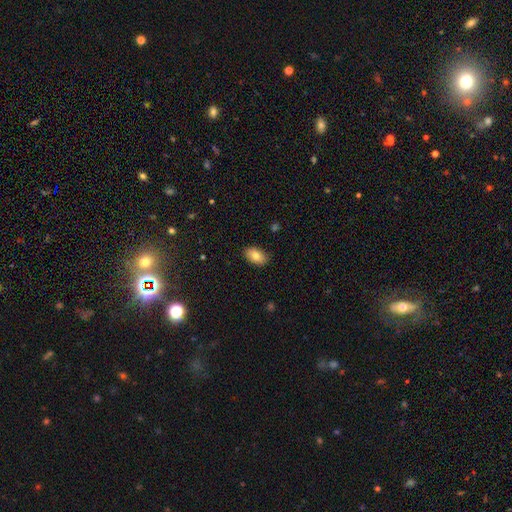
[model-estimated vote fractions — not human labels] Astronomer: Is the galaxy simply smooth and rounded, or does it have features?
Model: smooth — 81%.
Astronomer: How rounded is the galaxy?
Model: in between — 92%.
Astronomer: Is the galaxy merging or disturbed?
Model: none — 88%.